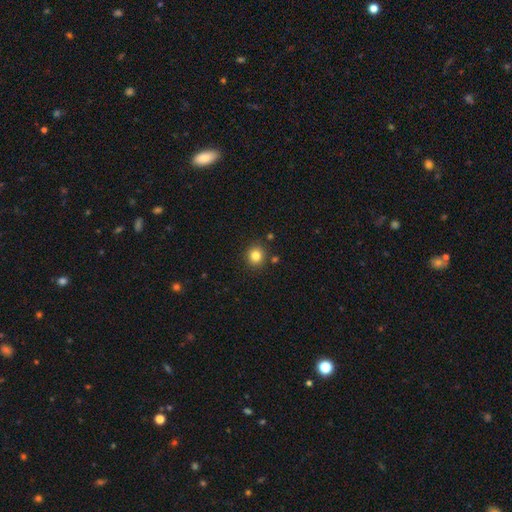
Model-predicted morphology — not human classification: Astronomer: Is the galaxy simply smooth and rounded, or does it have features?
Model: smooth — 83%.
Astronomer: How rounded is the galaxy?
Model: round — 88%.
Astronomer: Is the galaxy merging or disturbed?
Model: none — 87%.